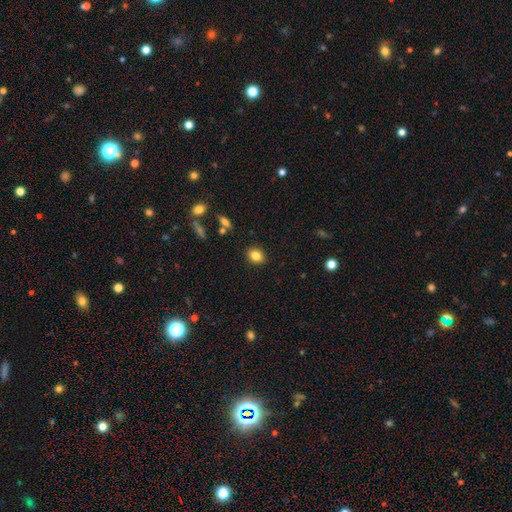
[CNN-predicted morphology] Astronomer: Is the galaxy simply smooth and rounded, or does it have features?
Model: smooth — 83%.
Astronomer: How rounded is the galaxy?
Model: in between — 53% (runner-up: round, 46%).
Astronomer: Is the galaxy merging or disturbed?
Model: none — 88%.